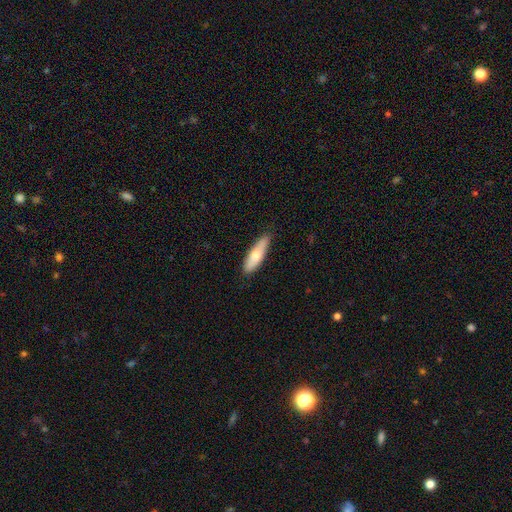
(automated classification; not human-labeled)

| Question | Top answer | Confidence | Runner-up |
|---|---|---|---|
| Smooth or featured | smooth | 74% | featured or disk (21%) |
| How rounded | cigar-shaped | 59% | in between (40%) |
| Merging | none | 84% | minor disturbance (13%) |